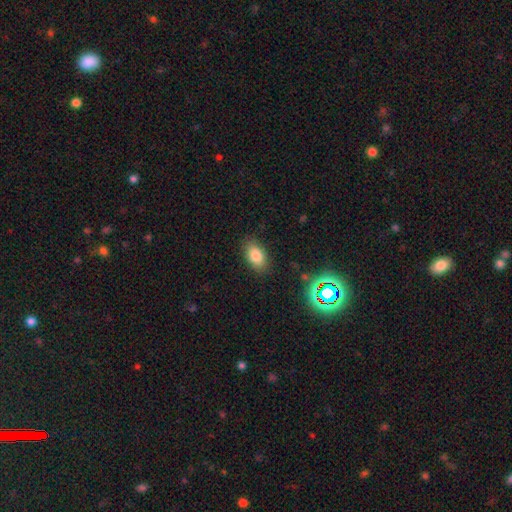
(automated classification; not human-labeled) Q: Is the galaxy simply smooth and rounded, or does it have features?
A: smooth — 81%.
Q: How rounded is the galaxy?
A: in between — 90%.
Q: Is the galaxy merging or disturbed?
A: none — 85%.